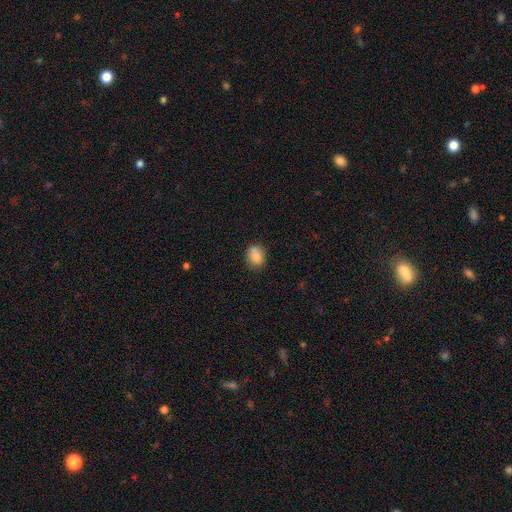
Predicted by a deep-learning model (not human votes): The model was most divided on "how rounded": round: 58%, in between: 41%, cigar-shaped: 1%. More confident: smooth or featured — smooth (81%); merging — none (60%).